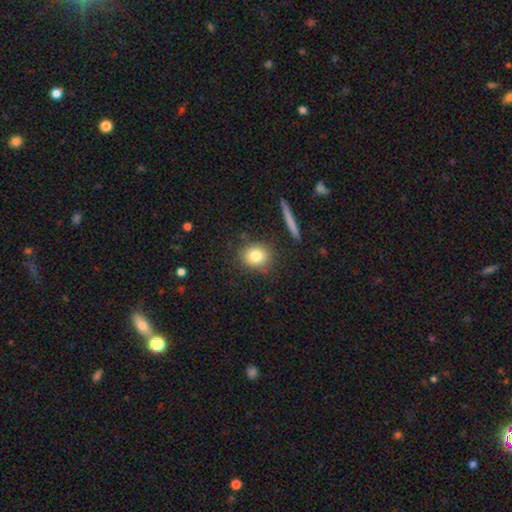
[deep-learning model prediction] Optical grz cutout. It shows a smooth galaxy with no disk features (80%) that is round (74%). Merging: none (84%).